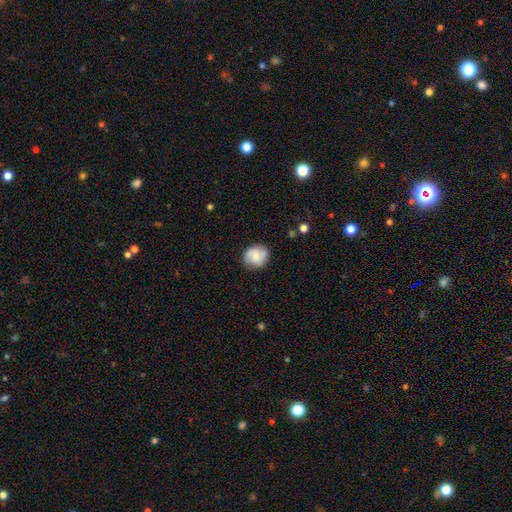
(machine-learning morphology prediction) smooth_or_featured: smooth (p=0.53) [alt: featured or disk p=0.39]
how_rounded: round (p=0.78) [alt: in between p=0.21]
merging: none (p=0.81) [alt: minor disturbance p=0.14]